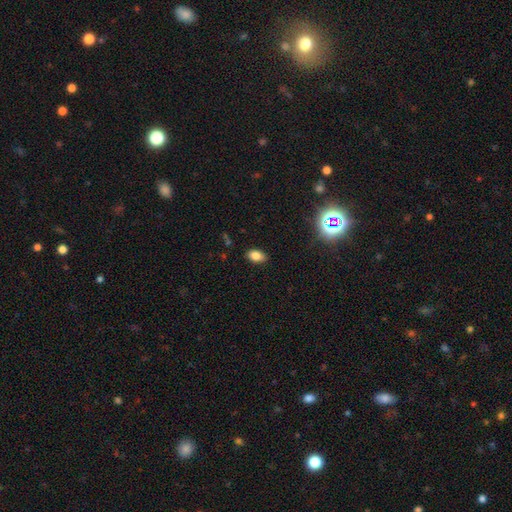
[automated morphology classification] A smooth galaxy with no disk features (81%) that is in between round and cigar-shaped (88%). Merging: none (87%).